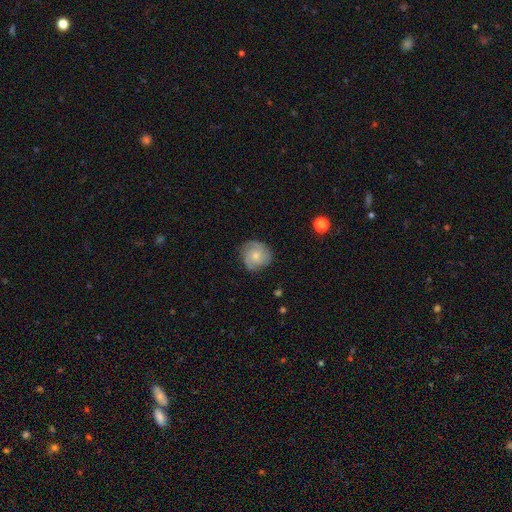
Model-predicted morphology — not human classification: Smooth or featured? Predicted: featured or disk (p=0.60). Edge-on disk? Predicted: no (p=0.98). Bar? Predicted: no (p=0.80). Spiral arms? Predicted: yes (p=0.91). Spiral winding? Predicted: tight (p=0.56). Spiral arm count? Predicted: 3 (p=0.38). Bulge size? Predicted: small (p=0.55). Merging? Predicted: none (p=0.76).